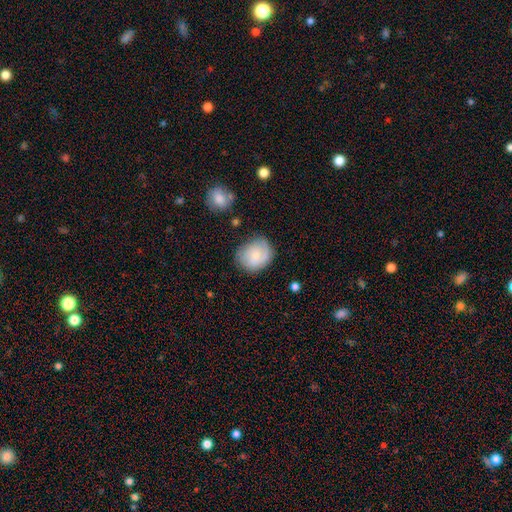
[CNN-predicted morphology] Smooth or featured: smooth — 59% (featured or disk — 33%)
How rounded: round — 63% (in between — 36%)
Merging: none — 71% (minor disturbance — 20%)